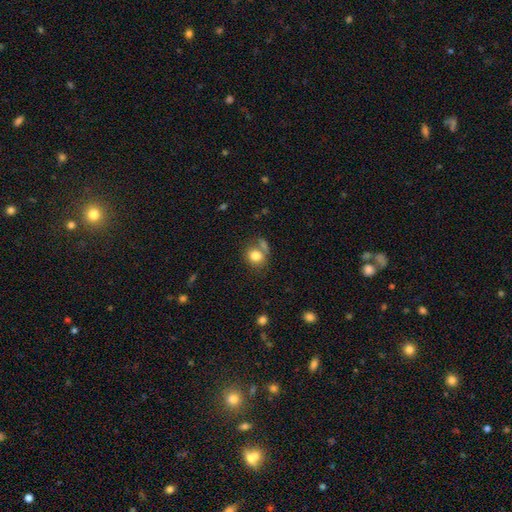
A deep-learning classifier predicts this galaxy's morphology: Overall: smooth (80%). How rounded: round (63%; in between 35%). Merging: none (50%; merger 25%).